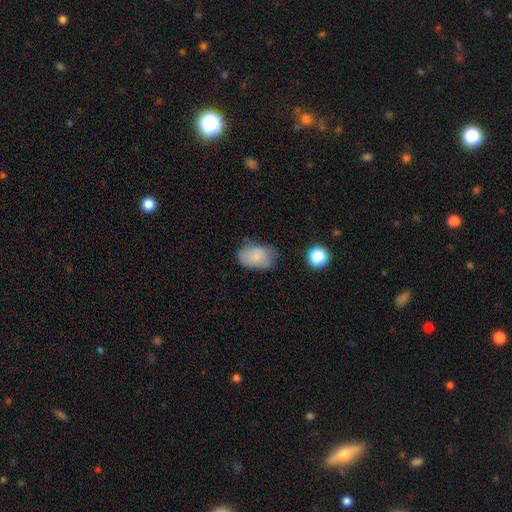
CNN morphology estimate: smooth-or-featured: smooth: 79% | featured or disk: 13% | star or artifact: 8%
  how-rounded: in between: 84% | round: 15% | cigar-shaped: 1%
  merging: none: 58% | minor disturbance: 30% | major disturbance: 9% | merger: 3%